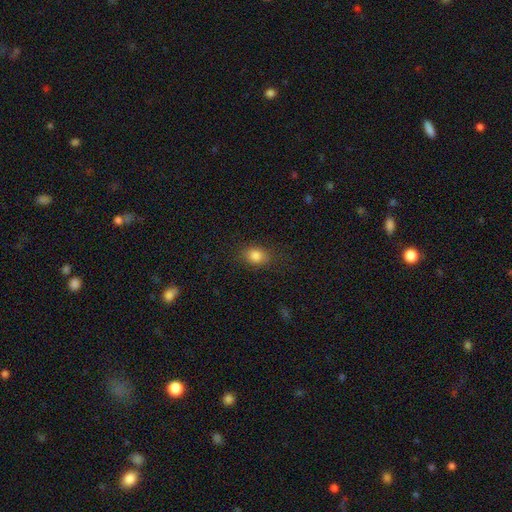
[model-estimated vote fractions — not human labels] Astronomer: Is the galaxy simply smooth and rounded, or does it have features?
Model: smooth — 83%.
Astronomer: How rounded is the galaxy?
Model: in between — 56% (runner-up: round, 43%).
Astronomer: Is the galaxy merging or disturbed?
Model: none — 81%.